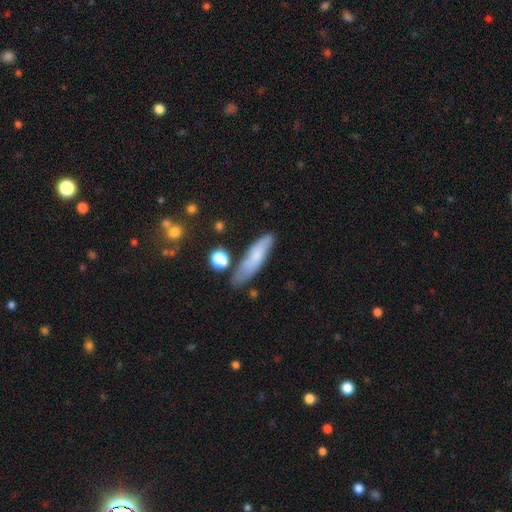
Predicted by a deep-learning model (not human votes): This is likely a smooth galaxy (68%). How rounded: likely cigar-shaped (73%). Merging: likely none (71%).